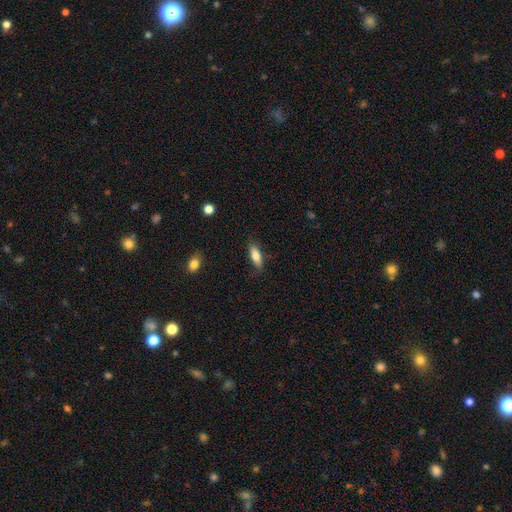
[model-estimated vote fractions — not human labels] smooth-or-featured: smooth: 77% | featured or disk: 16% | star or artifact: 7%
  how-rounded: in between: 66% | cigar-shaped: 32% | round: 2%
  merging: none: 75% | minor disturbance: 19% | major disturbance: 5% | merger: 1%